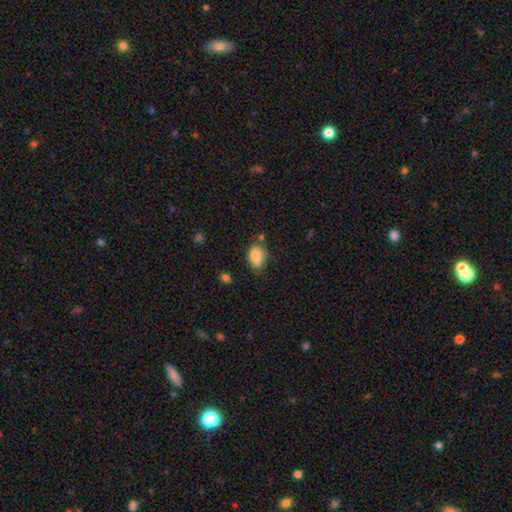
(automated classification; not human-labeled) A smooth galaxy with no disk features (83%) that is in between round and cigar-shaped (87%). Merging: none (57%).